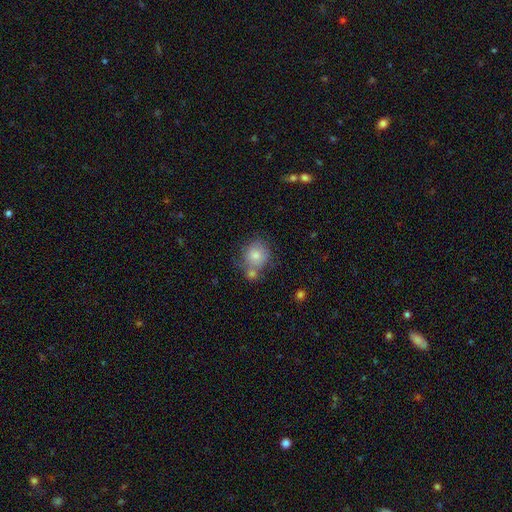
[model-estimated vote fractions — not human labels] This is likely a smooth galaxy (78%). How rounded: clearly round (82%). Merging: possibly none (48%).